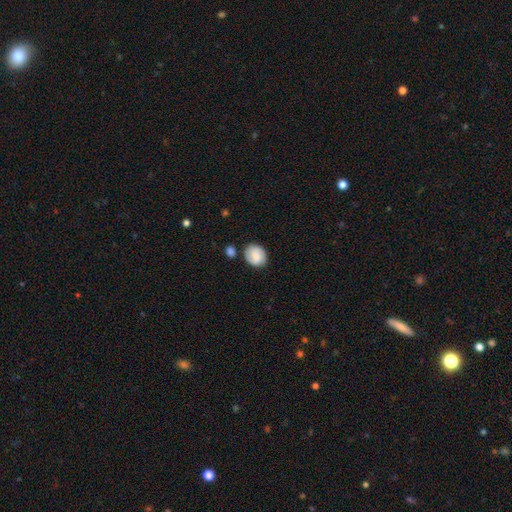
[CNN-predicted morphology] smooth_or_featured: smooth (p=0.62) [alt: featured or disk p=0.30]
how_rounded: round (p=0.58) [alt: in between p=0.41]
merging: none (p=0.73) [alt: minor disturbance p=0.16]